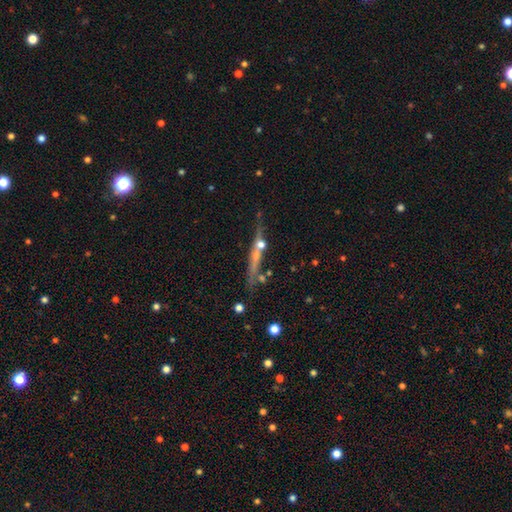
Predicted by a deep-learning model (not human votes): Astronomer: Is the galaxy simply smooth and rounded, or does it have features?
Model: featured or disk — 61%.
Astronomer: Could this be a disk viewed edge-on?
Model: yes — 89%.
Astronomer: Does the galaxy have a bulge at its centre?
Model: rounded — 59% (runner-up: none, 34%).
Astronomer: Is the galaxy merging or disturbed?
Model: none — 66%.